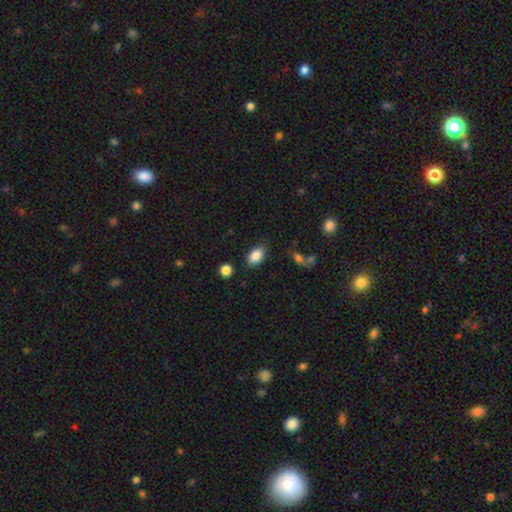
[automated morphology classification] Smooth or featured? Predicted: smooth (p=0.85). How rounded? Predicted: in between (p=0.86). Merging? Predicted: none (p=0.82).